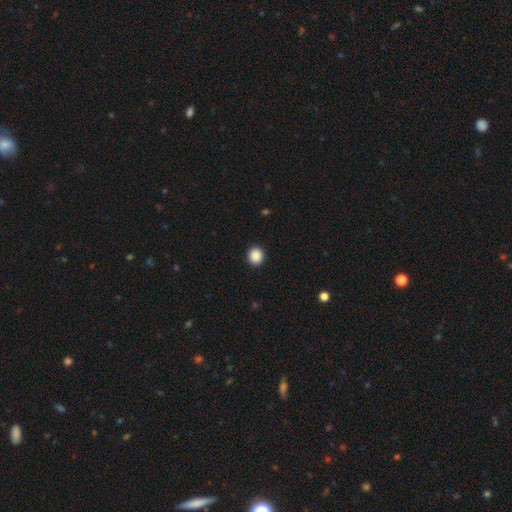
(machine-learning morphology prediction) Smooth or featured? smooth (89%)
How rounded? round (88%)
Merging? none (92%)